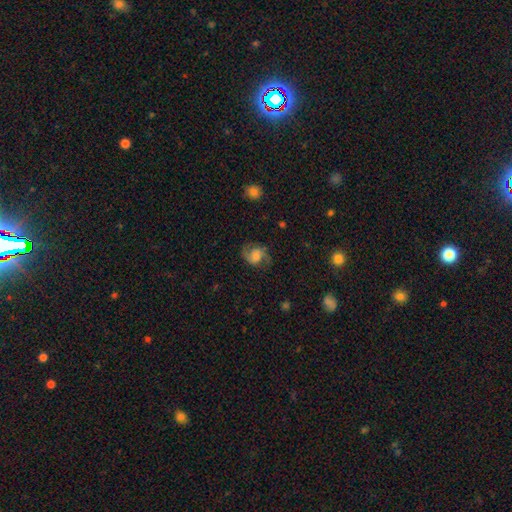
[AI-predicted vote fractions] A featured or disk galaxy (70%) with no bar (54%), 2 (91%) medium (51%) spiral arms (94%) and a moderate central bulge (35%). Merging: none (74%).